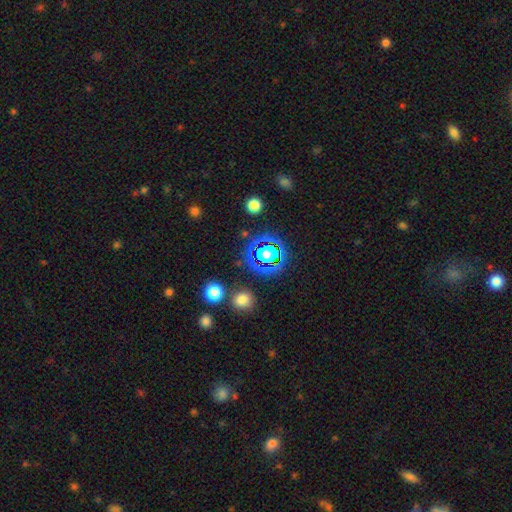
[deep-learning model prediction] A star or artifact, not a galaxy (73%).

Vote fractions:
- Smooth or featured? star or artifact: 73% / smooth: 18% / featured or disk: 8%